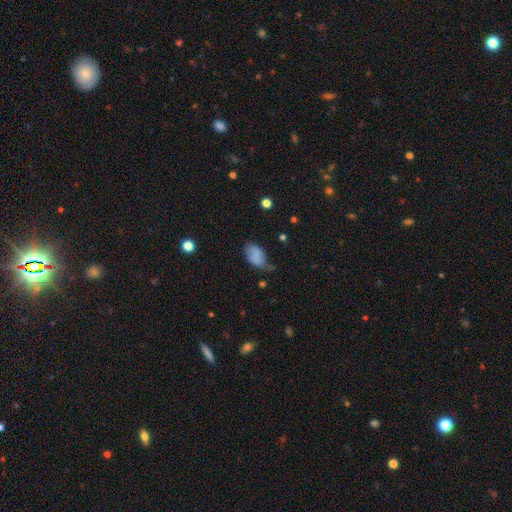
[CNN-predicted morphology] smooth 71%, featured or disk 19%, star or artifact 10%. Down the decision tree: how rounded — in between (91%); merging — none (40%).